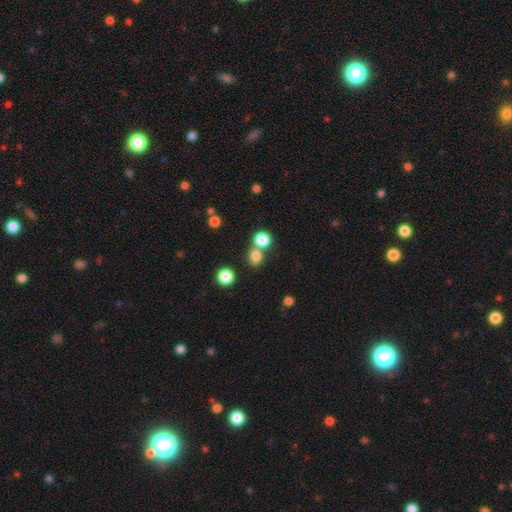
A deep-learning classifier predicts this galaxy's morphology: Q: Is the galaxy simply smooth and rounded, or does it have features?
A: smooth — 79%.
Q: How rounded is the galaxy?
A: round — 76%.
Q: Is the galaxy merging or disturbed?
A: none — 55%.